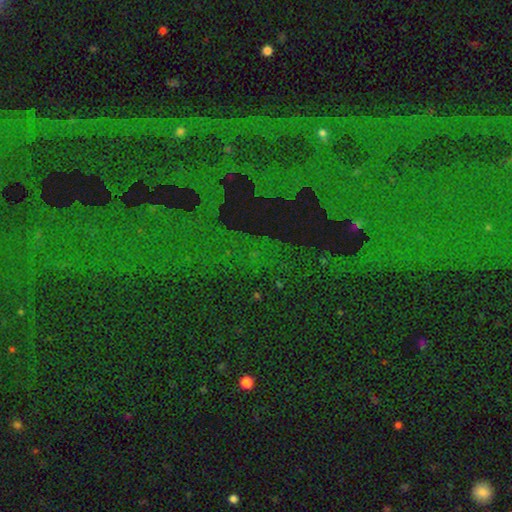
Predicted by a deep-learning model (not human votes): A star or artifact, not a galaxy (86%).

Vote fractions:
- Smooth or featured? star or artifact: 86% / featured or disk: 7% / smooth: 7%